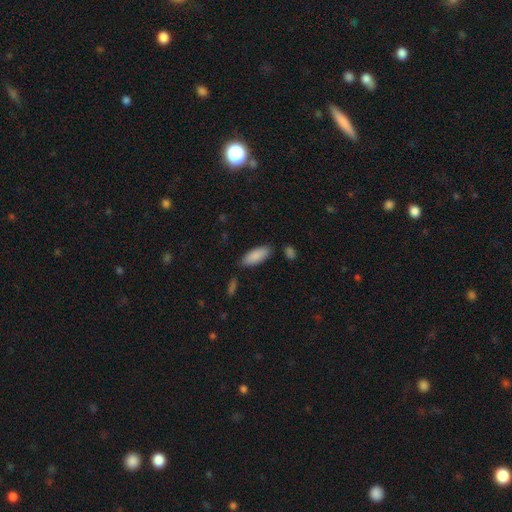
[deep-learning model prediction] The model was most divided on "how rounded": in between: 77%, cigar-shaped: 21%, round: 2%. More confident: smooth or featured — smooth (88%); merging — none (80%).